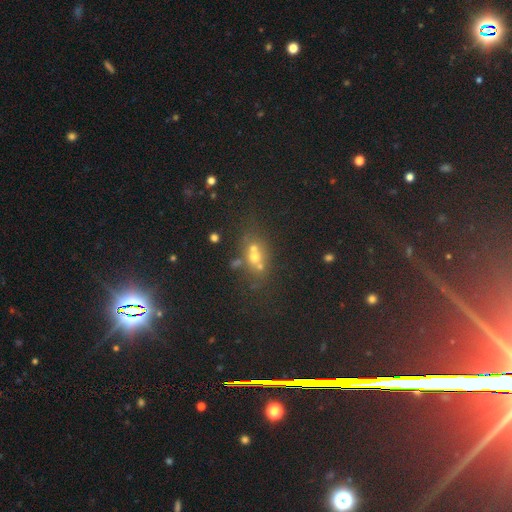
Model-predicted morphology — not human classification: This appears to be a star or artifact, not a galaxy (41%).